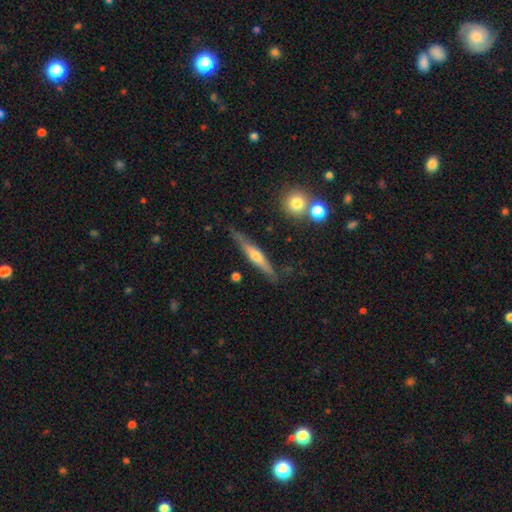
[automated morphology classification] smooth_or_featured: featured or disk (p=0.61) [alt: smooth p=0.33]
disk_edge_on: yes (p=0.95) [alt: no p=0.05]
edge_on_bulge: rounded (p=0.80) [alt: none p=0.13]
merging: none (p=0.80) [alt: minor disturbance p=0.14]